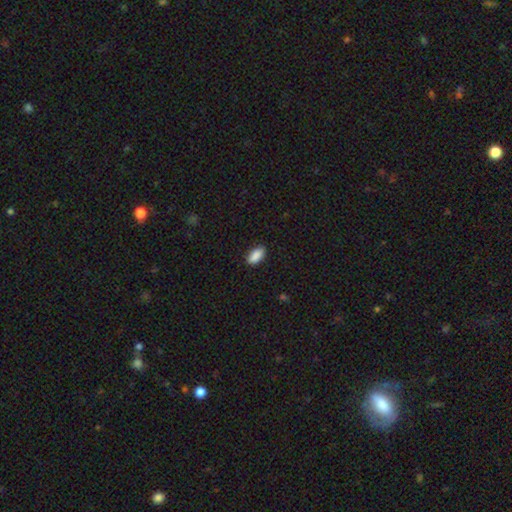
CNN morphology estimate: type=smooth (90%); roundness=in between (91%); merging=none (87%).